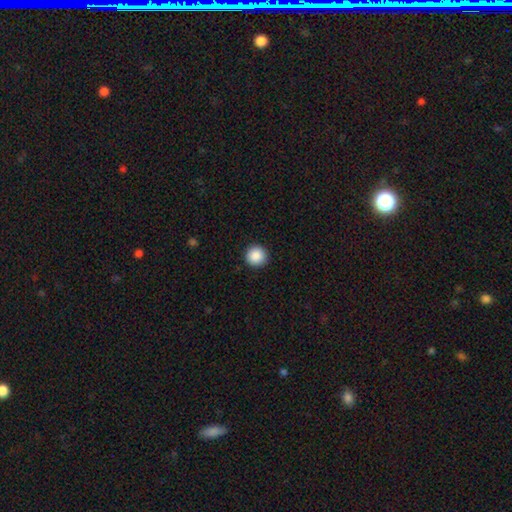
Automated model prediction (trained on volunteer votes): Smooth or featured? Predicted: smooth (p=0.88). How rounded? Predicted: round (p=0.96). Merging? Predicted: none (p=0.92).